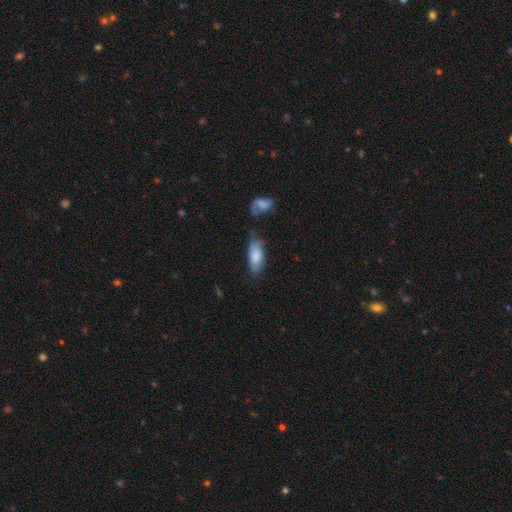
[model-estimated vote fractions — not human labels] smooth-or-featured: smooth: 77% | featured or disk: 16% | star or artifact: 6%
  how-rounded: in between: 80% | cigar-shaped: 17% | round: 2%
  merging: none: 53% | minor disturbance: 27% | major disturbance: 10% | merger: 10%